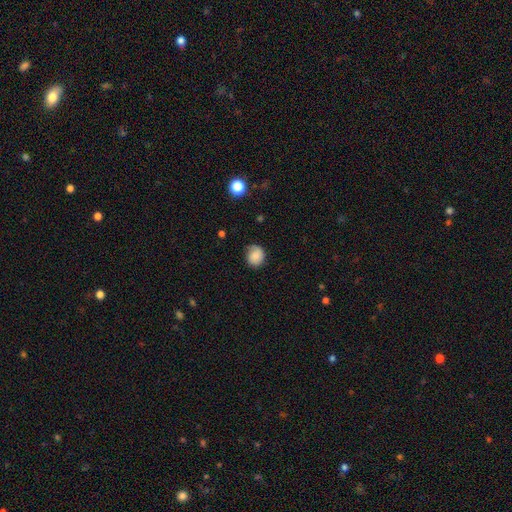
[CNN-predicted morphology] Q: Smooth or featured?
A: smooth (74%); runner-up: featured or disk (18%)
Q: How rounded?
A: round (77%); runner-up: in between (22%)
Q: Merging?
A: none (68%); runner-up: minor disturbance (24%)